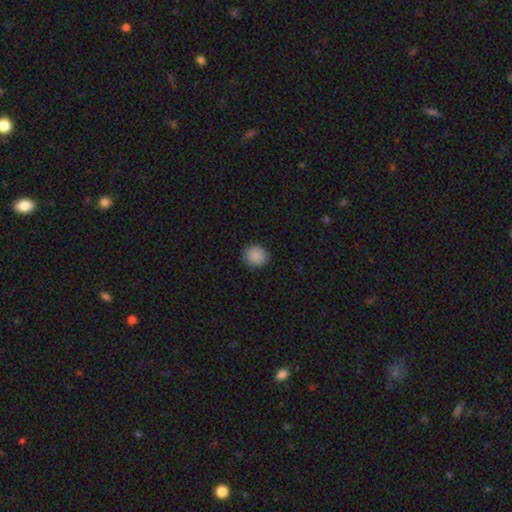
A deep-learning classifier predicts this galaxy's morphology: A smooth galaxy with no disk features (89%) that is round (89%). Merging: none (90%).